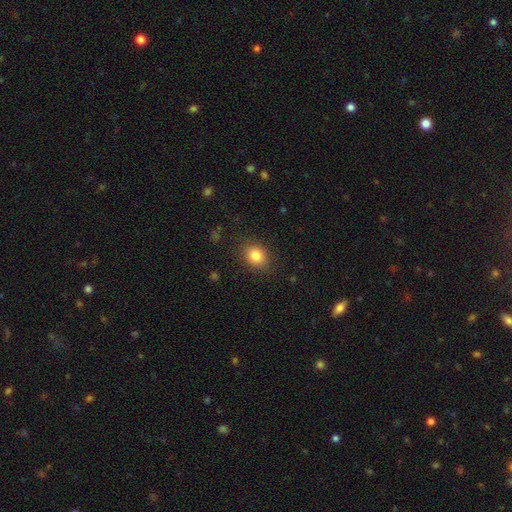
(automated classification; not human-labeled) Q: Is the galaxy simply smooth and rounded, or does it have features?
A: smooth — 83%.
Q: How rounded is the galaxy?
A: round — 54%.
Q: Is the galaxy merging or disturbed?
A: none — 85%.